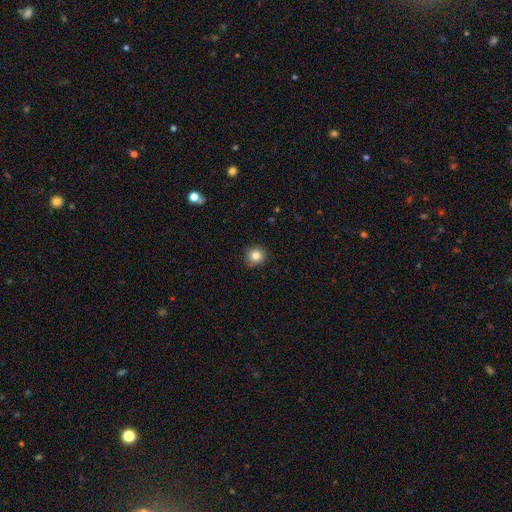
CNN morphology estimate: Smooth or featured: smooth — 83% (star or artifact — 11%)
How rounded: round — 92% (in between — 7%)
Merging: none — 88% (minor disturbance — 9%)